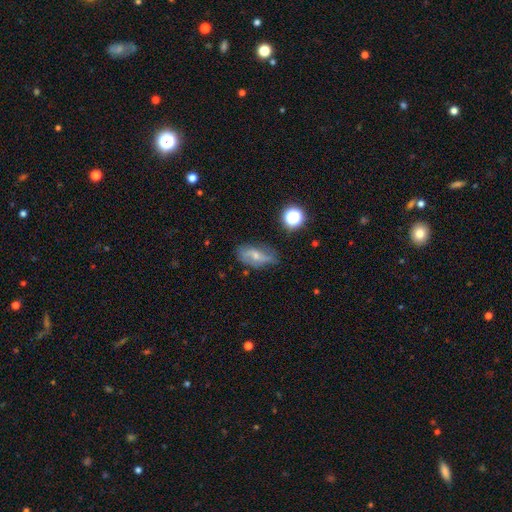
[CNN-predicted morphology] This is possibly a featured or disk galaxy (54%). It is clearly not viewed edge-on (89%). Merging: likely none (61%).